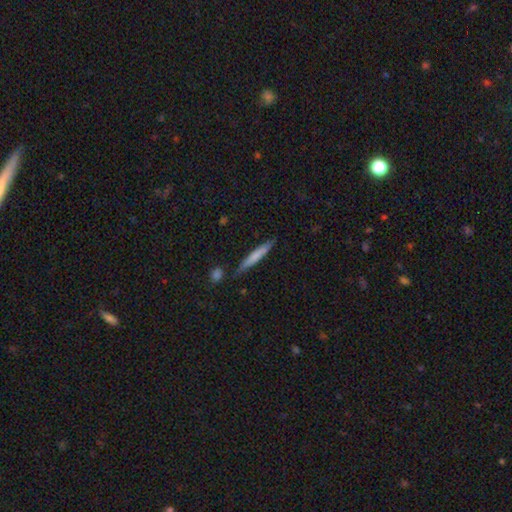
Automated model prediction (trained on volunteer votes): smooth-or-featured: smooth: 67% | featured or disk: 27% | star or artifact: 6%
  how-rounded: cigar-shaped: 95% | in between: 4% | round: 1%
  merging: none: 81% | minor disturbance: 13% | merger: 3% | major disturbance: 2%